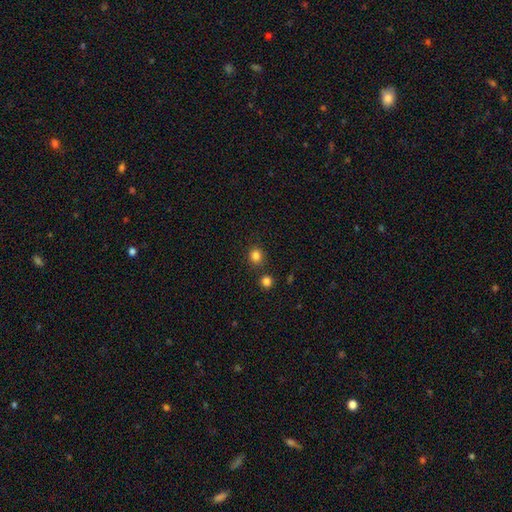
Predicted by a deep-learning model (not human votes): smooth 83%, star or artifact 13%, featured or disk 4%. Down the decision tree: how rounded — round (85%); merging — none (82%).